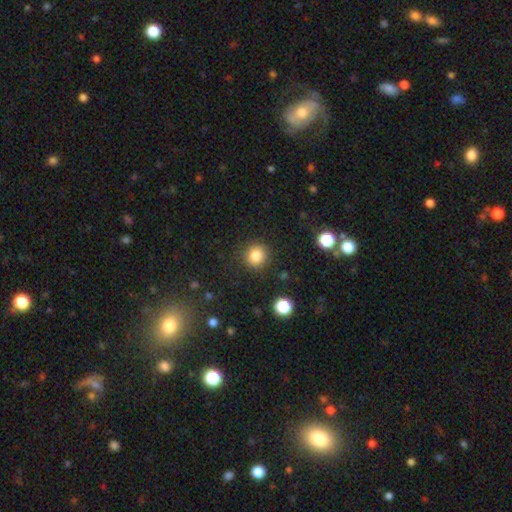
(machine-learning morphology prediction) smooth 83%, star or artifact 11%, featured or disk 6%. Down the decision tree: how rounded — round (91%); merging — none (89%).